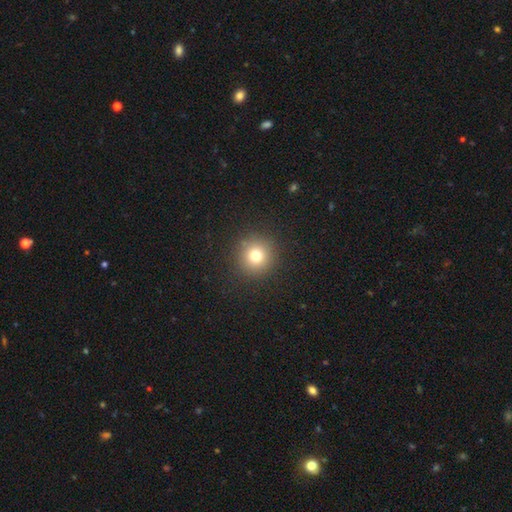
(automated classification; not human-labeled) Smooth or featured? smooth (76%)
How rounded? round (94%)
Merging? none (90%)